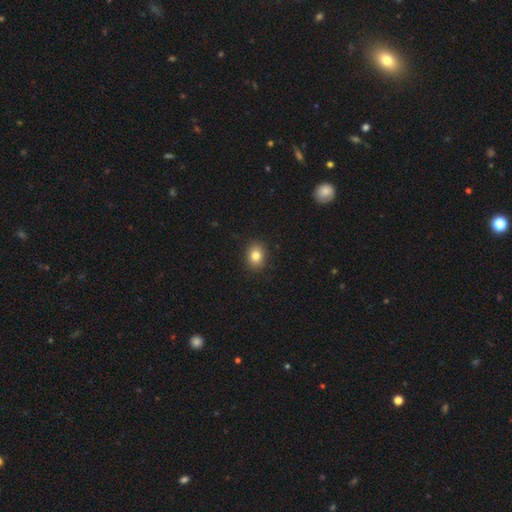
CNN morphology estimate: A smooth galaxy with no disk features (82%) that is round (50%). Merging: none (90%).